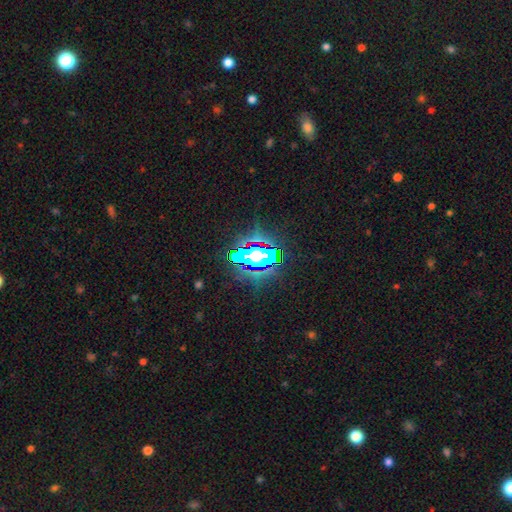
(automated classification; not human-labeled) Morphology: type=star or artifact (59%).